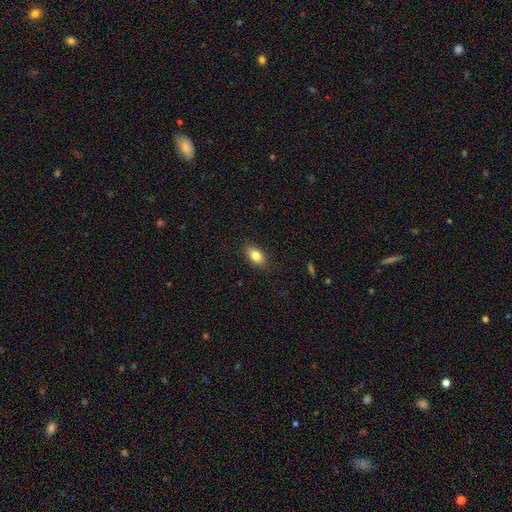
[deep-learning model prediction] Morphology: type=smooth (83%); roundness=in between (88%); merging=none (88%).